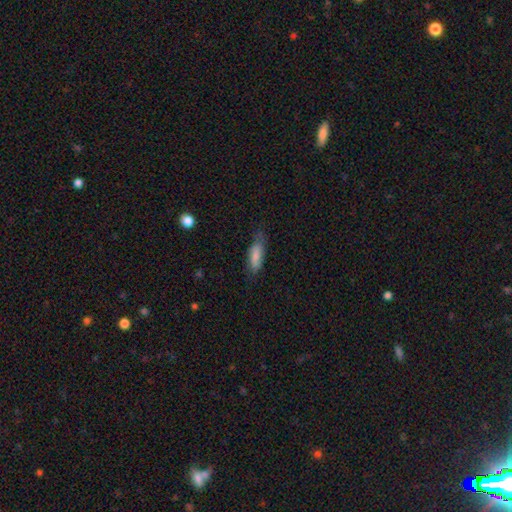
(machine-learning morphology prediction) Q: Smooth or featured?
A: smooth (80%); runner-up: featured or disk (14%)
Q: How rounded?
A: in between (62%); runner-up: cigar-shaped (37%)
Q: Merging?
A: none (62%); runner-up: minor disturbance (28%)